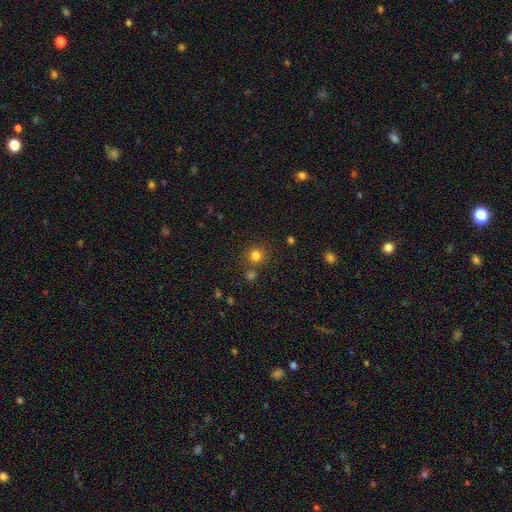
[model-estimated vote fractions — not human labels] Smooth or featured? Predicted: smooth (p=0.80). How rounded? Predicted: round (p=0.88). Merging? Predicted: none (p=0.74).